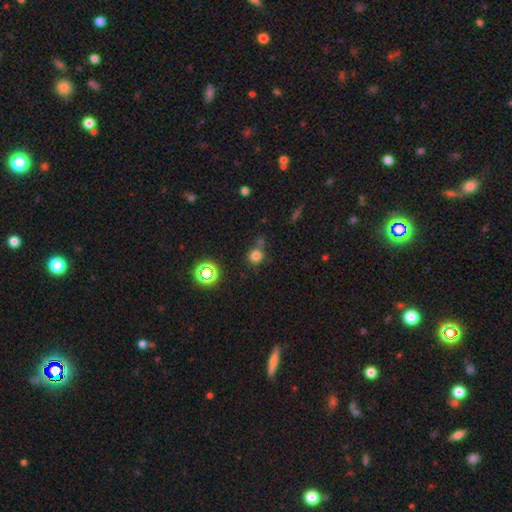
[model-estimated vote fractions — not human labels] Smooth or featured: smooth — 73% (star or artifact — 20%)
How rounded: round — 87% (in between — 12%)
Merging: none — 62% (merger — 19%)